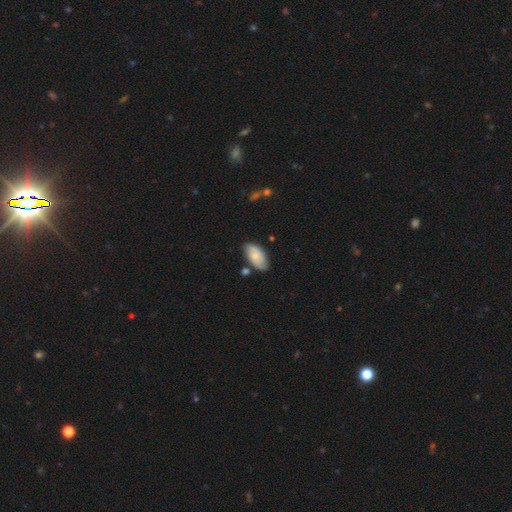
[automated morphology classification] The model was most divided on "smooth or featured": smooth: 64%, featured or disk: 29%, star or artifact: 7%. More confident: how rounded — in between (94%); merging — none (71%).